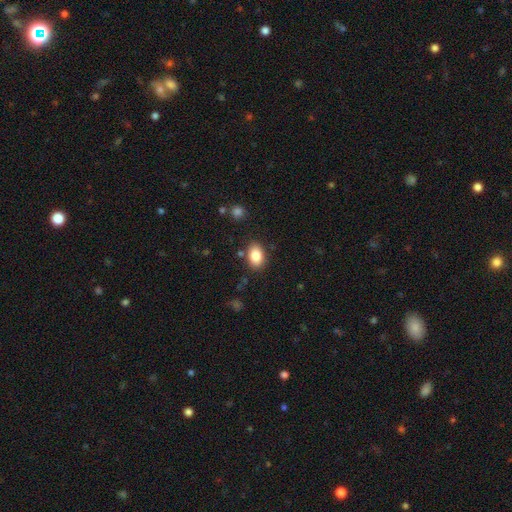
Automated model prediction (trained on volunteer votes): Smooth or featured?
  - smooth: 85% *
  - star or artifact: 8%
  - featured or disk: 7%
How rounded?
  - in between: 85% *
  - round: 14%
  - cigar-shaped: 1%
Merging?
  - none: 83% *
  - minor disturbance: 11%
  - major disturbance: 3%
  - merger: 3%